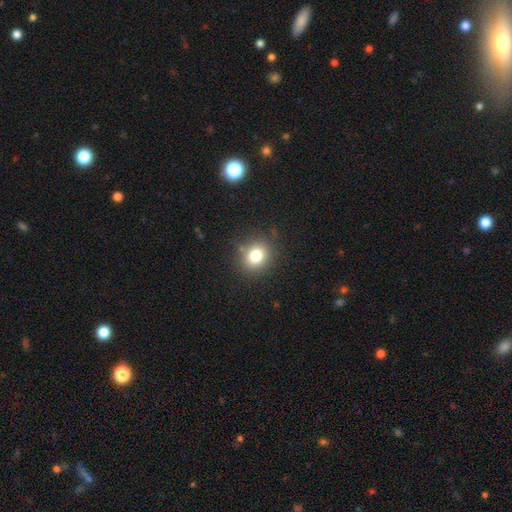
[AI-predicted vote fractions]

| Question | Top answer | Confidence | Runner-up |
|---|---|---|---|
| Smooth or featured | smooth | 79% | star or artifact (13%) |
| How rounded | round | 73% | in between (26%) |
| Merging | none | 85% | minor disturbance (9%) |